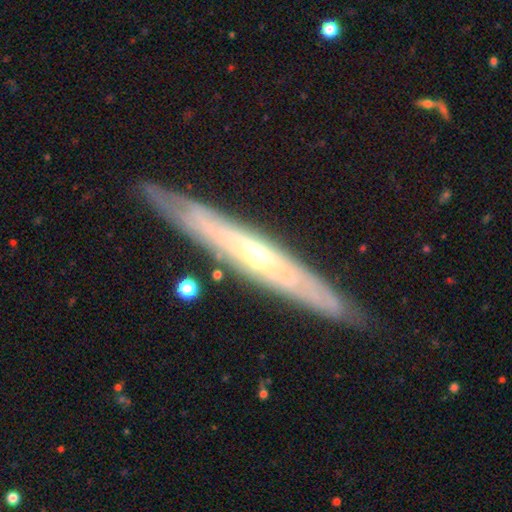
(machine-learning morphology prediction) Smooth or featured? Predicted: featured or disk (p=0.79). Edge-on disk? Predicted: yes (p=0.77). Edge-on bulge? Predicted: rounded (p=0.58). Merging? Predicted: none (p=0.86).